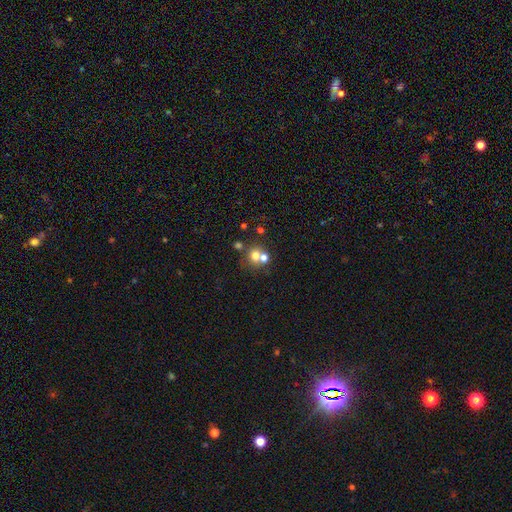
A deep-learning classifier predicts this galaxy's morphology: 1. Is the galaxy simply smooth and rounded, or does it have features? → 66% smooth, 18% featured or disk, 16% star or artifact.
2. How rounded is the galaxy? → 85% round, 14% in between, 1% cigar-shaped.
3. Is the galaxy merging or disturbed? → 46% none, 44% merger, 7% minor disturbance, 3% major disturbance.